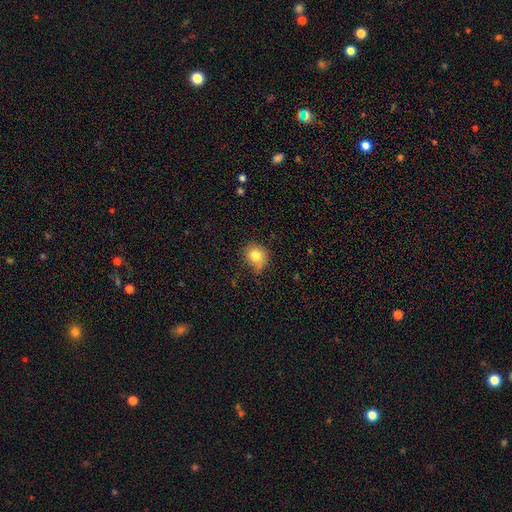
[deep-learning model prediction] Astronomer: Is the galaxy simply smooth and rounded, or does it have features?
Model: smooth — 80%.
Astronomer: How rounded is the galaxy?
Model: round — 77%.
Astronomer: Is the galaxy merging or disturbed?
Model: none — 70%.